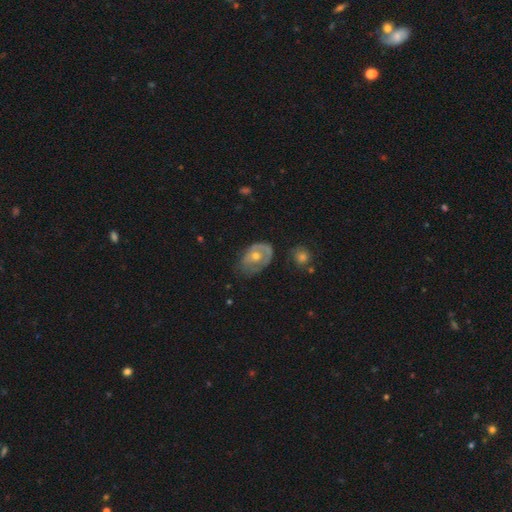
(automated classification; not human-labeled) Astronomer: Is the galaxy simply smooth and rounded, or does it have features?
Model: featured or disk — 63%.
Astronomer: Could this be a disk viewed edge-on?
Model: no — 94%.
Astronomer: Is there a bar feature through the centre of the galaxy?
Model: no — 81%.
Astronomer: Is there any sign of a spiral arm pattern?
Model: no — 51% (runner-up: yes, 49%).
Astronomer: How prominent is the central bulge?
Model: moderate — 67%.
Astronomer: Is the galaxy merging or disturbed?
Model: none — 51% (runner-up: minor disturbance, 30%).